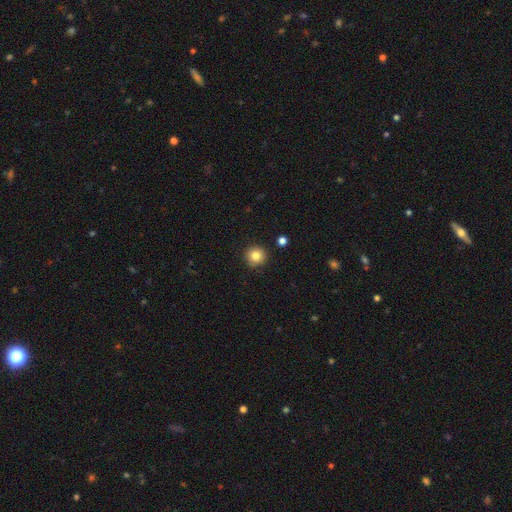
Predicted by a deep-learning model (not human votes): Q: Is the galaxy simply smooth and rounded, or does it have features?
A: smooth — 83%.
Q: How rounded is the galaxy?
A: round — 95%.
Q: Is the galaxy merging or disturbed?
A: none — 91%.